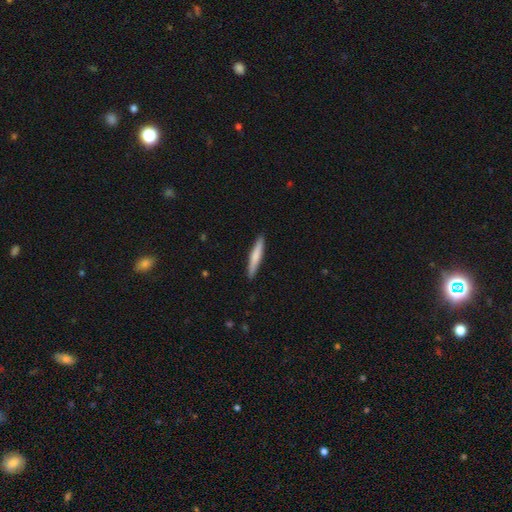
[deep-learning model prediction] smooth-or-featured: smooth: 72% | featured or disk: 23% | star or artifact: 5%
  how-rounded: cigar-shaped: 92% | in between: 6% | round: 1%
  merging: none: 91% | minor disturbance: 7% | major disturbance: 1% | merger: 1%